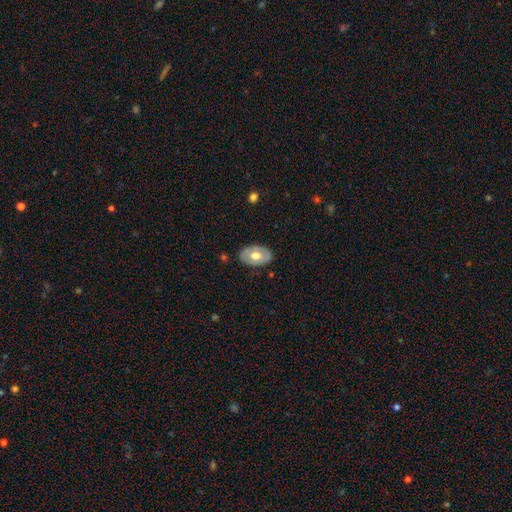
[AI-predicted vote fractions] The model was most divided on "smooth or featured": smooth: 49%, featured or disk: 46%, star or artifact: 5%. More confident: merging — none (81%).